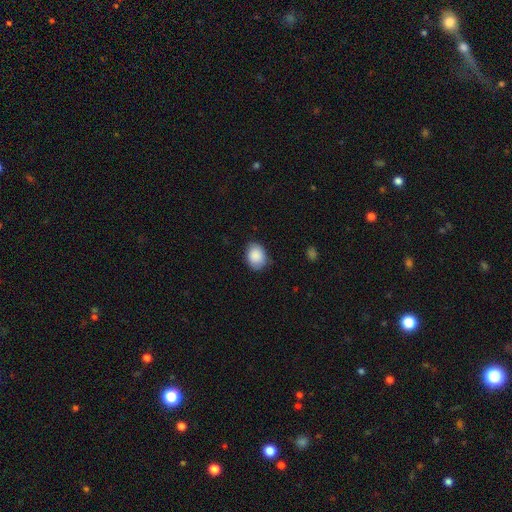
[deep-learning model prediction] smooth_or_featured: smooth (p=0.88) [alt: star or artifact p=0.07]
how_rounded: in between (p=0.62) [alt: round p=0.37]
merging: none (p=0.80) [alt: minor disturbance p=0.16]